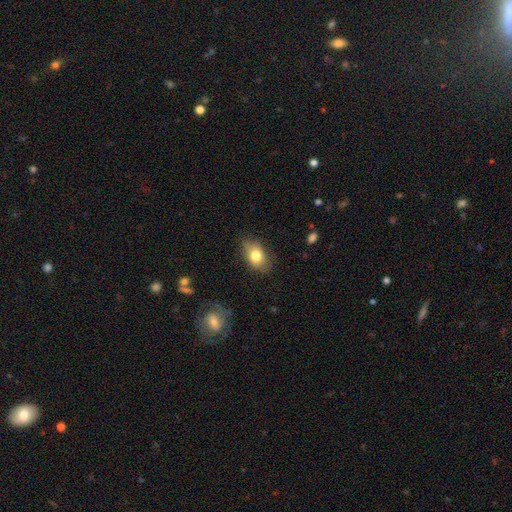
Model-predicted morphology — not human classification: smooth 78%, featured or disk 14%, star or artifact 8%. Down the decision tree: how rounded — in between (84%); merging — none (75%).